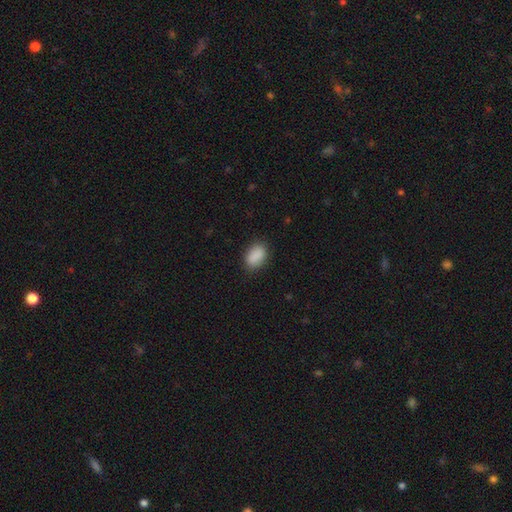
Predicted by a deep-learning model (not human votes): Smooth or featured?
  - smooth: 89% *
  - star or artifact: 7%
  - featured or disk: 3%
How rounded?
  - in between: 89% *
  - round: 10%
  - cigar-shaped: 2%
Merging?
  - none: 85% *
  - minor disturbance: 12%
  - major disturbance: 3%
  - merger: 1%